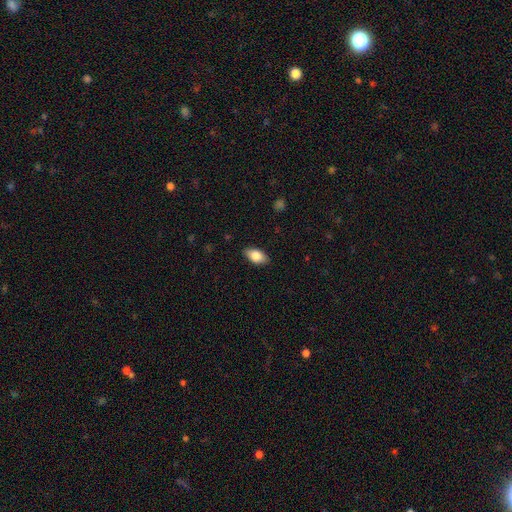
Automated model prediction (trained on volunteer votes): This appears to be a smooth galaxy with no disk features (81%) that is in between round and cigar-shaped (90%). Merging: none (87%).